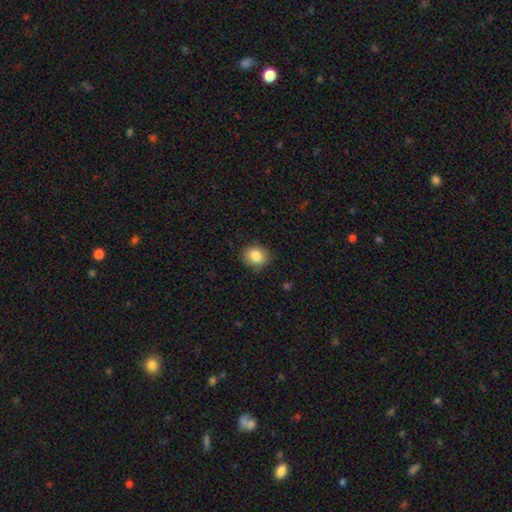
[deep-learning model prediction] smooth-or-featured: smooth: 85% | star or artifact: 9% | featured or disk: 6%
  how-rounded: round: 72% | in between: 27% | cigar-shaped: 1%
  merging: none: 85% | minor disturbance: 11% | major disturbance: 3% | merger: 1%